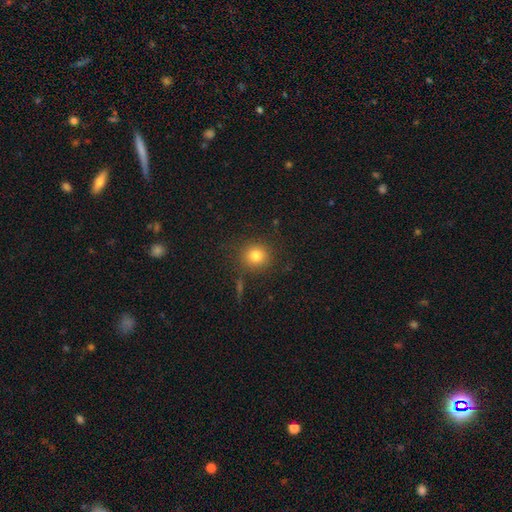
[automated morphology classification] Smooth or featured? smooth (79%)
How rounded? round (90%)
Merging? none (84%)